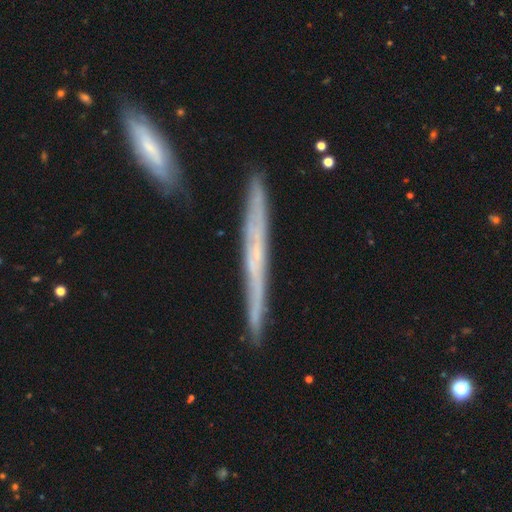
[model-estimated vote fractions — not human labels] This appears to be a featured or disk galaxy (59%) viewed edge-on (93%) with no central bulge (81%). Merging: none (86%).